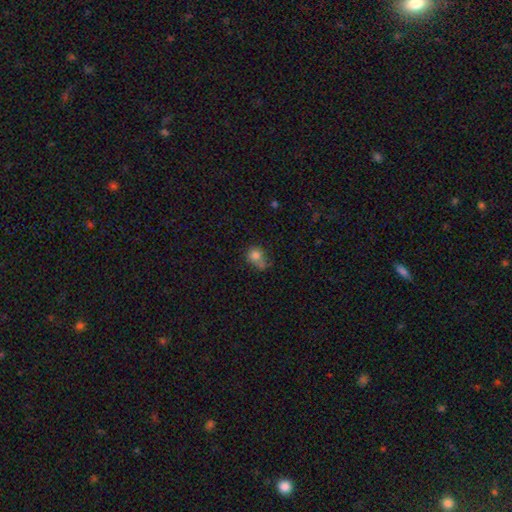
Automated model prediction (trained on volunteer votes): smooth 80%, star or artifact 12%, featured or disk 9%. Down the decision tree: how rounded — round (74%); merging — none (45%).